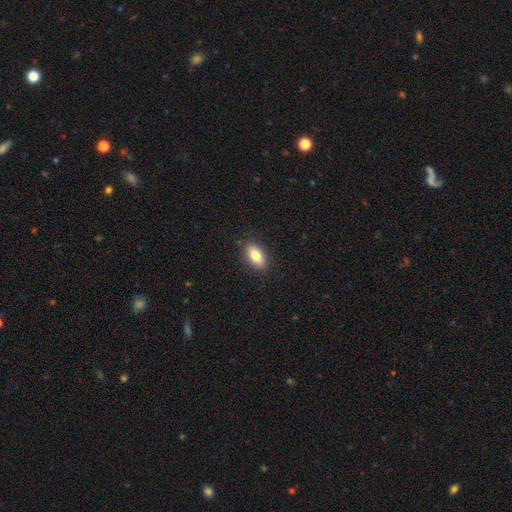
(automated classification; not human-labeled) smooth-or-featured: smooth: 78% | featured or disk: 14% | star or artifact: 7%
  how-rounded: in between: 88% | cigar-shaped: 7% | round: 5%
  merging: none: 88% | minor disturbance: 9% | major disturbance: 2% | merger: 1%